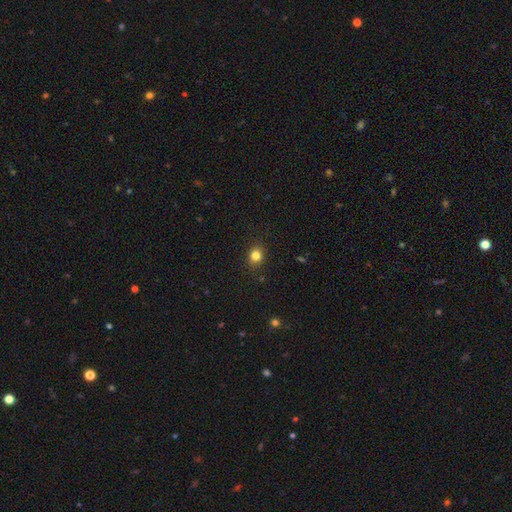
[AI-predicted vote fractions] Smooth or featured? Predicted: smooth (p=0.83). How rounded? Predicted: round (p=0.68). Merging? Predicted: none (p=0.89).